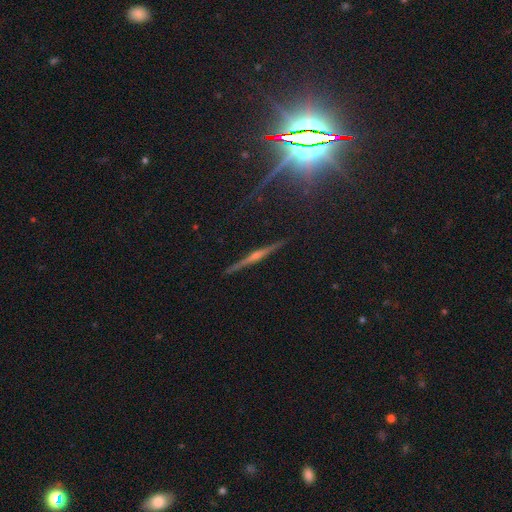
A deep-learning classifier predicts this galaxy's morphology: smooth-or-featured: featured or disk: 75% | star or artifact: 13% | smooth: 12%
  disk-edge-on: yes: 98% | no: 2%
    edge-on-bulge: rounded: 72% | none: 16% | boxy: 12%
  merging: none: 90% | minor disturbance: 7% | major disturbance: 2% | merger: 1%